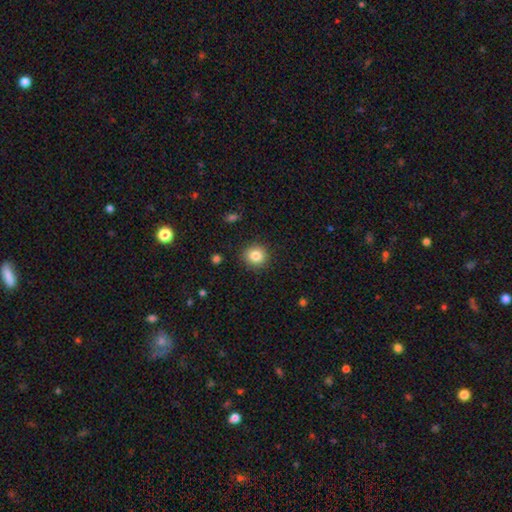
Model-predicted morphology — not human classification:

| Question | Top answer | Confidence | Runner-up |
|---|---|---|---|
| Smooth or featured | smooth | 83% | star or artifact (10%) |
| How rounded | round | 88% | in between (11%) |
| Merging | none | 90% | minor disturbance (7%) |